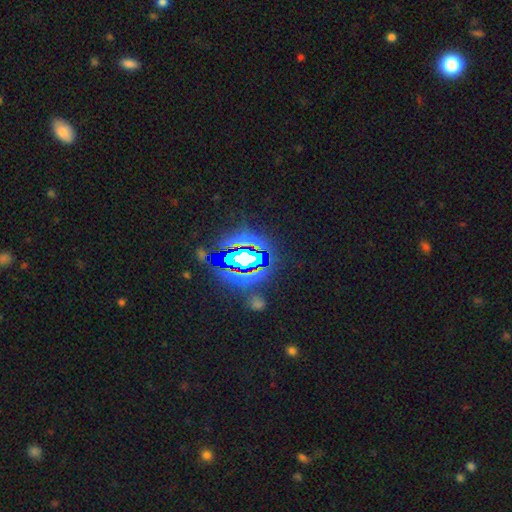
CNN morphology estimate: Overall: star or artifact (71%).